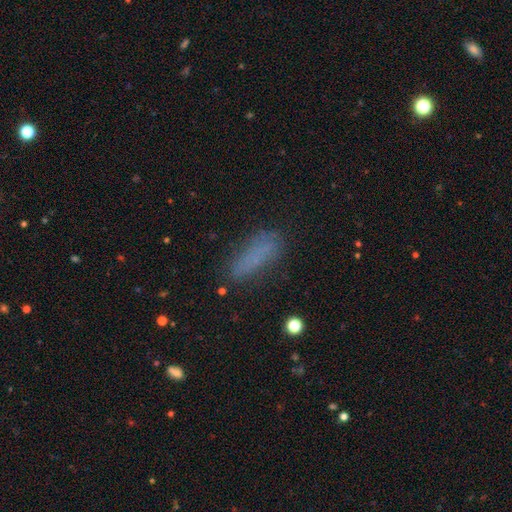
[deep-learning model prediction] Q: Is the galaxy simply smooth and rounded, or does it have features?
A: smooth — 75%.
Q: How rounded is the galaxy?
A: cigar-shaped — 54%.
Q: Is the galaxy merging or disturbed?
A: none — 76%.